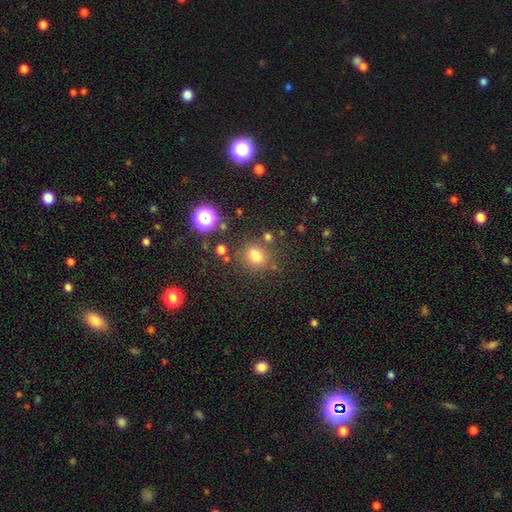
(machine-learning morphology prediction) This is likely a smooth galaxy (75%). How rounded: likely round (79%). Merging: likely none (78%).